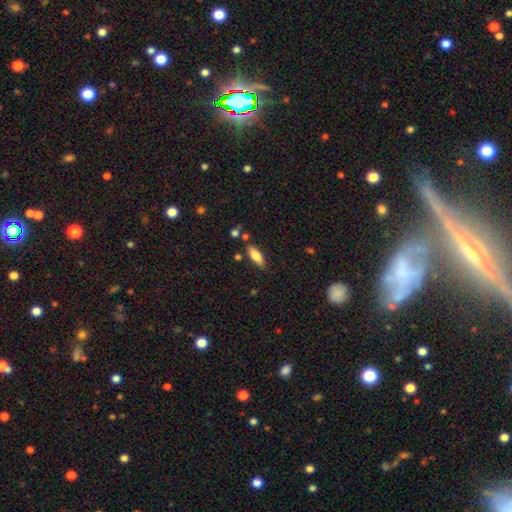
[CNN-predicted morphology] A smooth galaxy with no disk features (75%) that is in between round and cigar-shaped (68%). Merging: none (78%).